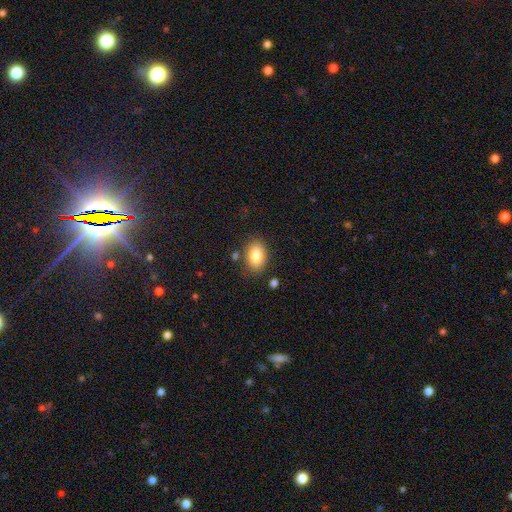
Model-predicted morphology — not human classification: Smooth or featured? Predicted: smooth (p=0.85). How rounded? Predicted: in between (p=0.86). Merging? Predicted: none (p=0.78).